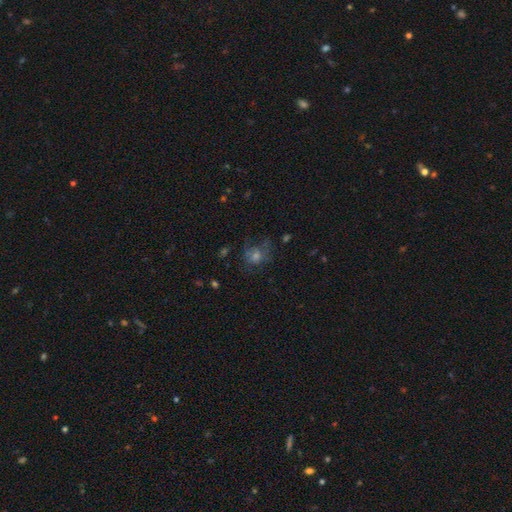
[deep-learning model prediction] smooth-or-featured: smooth: 41% | featured or disk: 32% | star or artifact: 27%
  merging: none: 55% | major disturbance: 22% | minor disturbance: 20% | merger: 3%